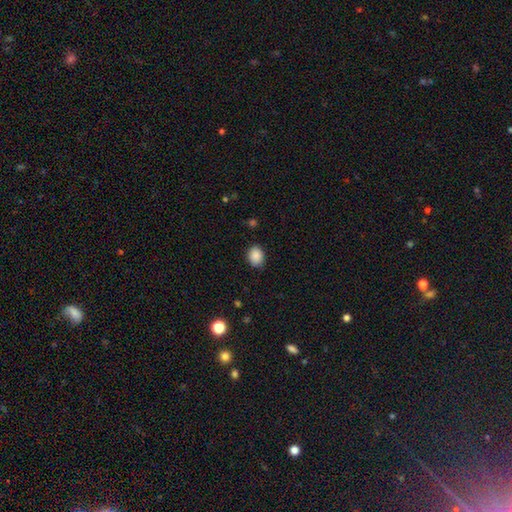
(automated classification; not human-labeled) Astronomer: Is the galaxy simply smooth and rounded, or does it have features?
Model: smooth — 88%.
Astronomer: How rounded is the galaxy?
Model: in between — 58% (runner-up: round, 41%).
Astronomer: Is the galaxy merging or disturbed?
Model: none — 83%.